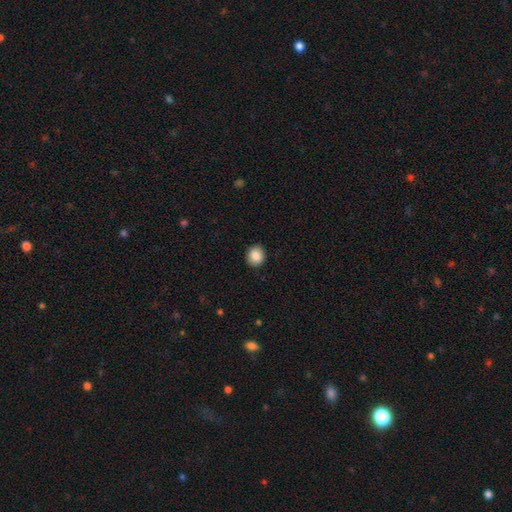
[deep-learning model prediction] Smooth or featured? smooth (88%)
How rounded? round (76%)
Merging? none (90%)